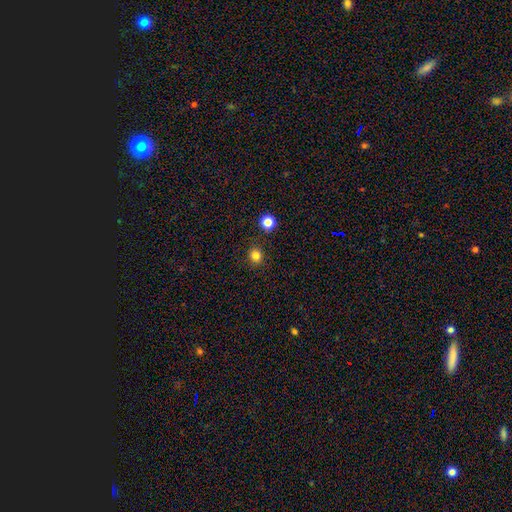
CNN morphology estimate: Overall: smooth (82%). How rounded: round (89%). Merging: none (90%).